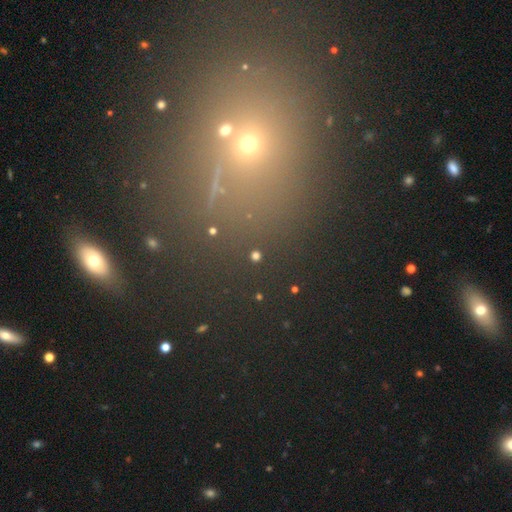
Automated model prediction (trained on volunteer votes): This appears to be a smooth galaxy with no disk features (65%) that is round (90%). Merging: none (90%).